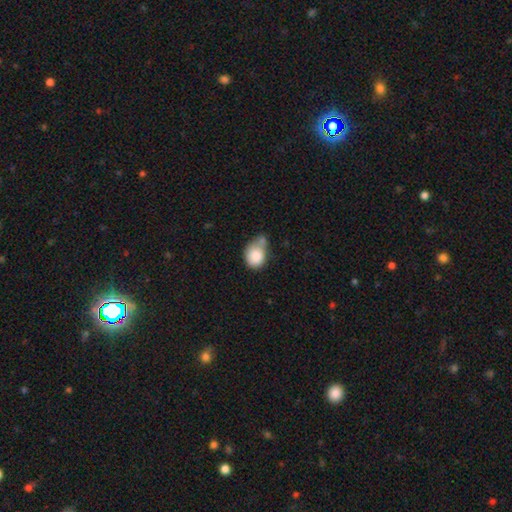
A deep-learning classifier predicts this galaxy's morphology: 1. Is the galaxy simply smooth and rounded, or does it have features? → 84% smooth, 8% star or artifact, 8% featured or disk.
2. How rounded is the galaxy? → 51% round, 48% in between, 1% cigar-shaped.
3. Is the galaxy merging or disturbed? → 34% none, 28% minor disturbance, 27% merger, 10% major disturbance.